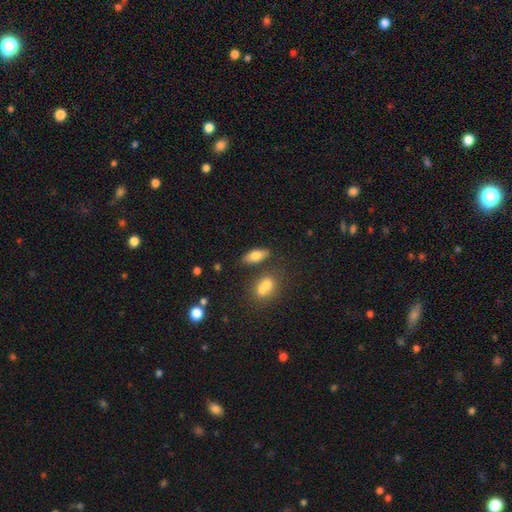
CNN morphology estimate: type=smooth (73%); roundness=in between (80%); merging=none (70%).